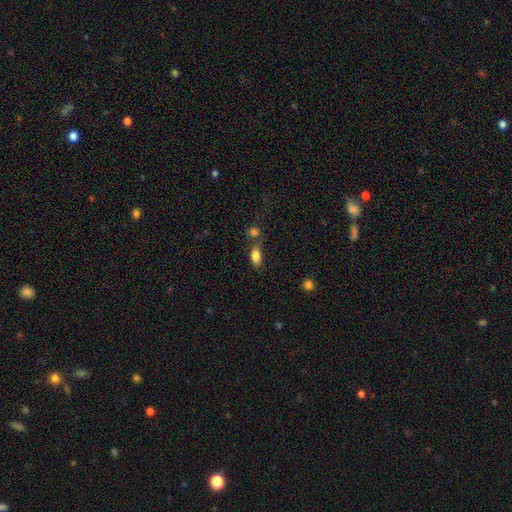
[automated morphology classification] smooth_or_featured: smooth (p=0.84) [alt: star or artifact p=0.09]
how_rounded: in between (p=0.87) [alt: cigar-shaped p=0.07]
merging: none (p=0.63) [alt: merger p=0.20]